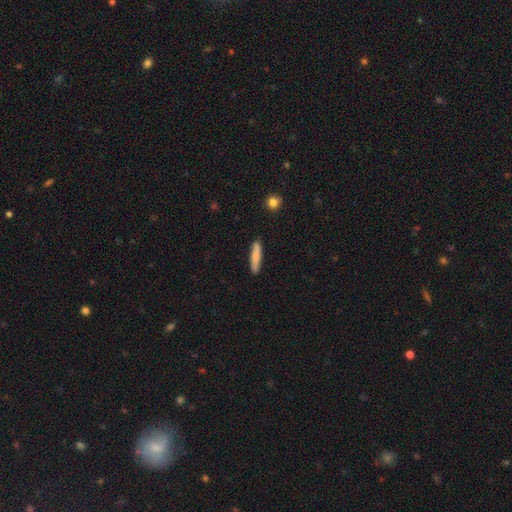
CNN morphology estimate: smooth-or-featured: smooth: 76% | featured or disk: 19% | star or artifact: 6%
  how-rounded: cigar-shaped: 88% | in between: 10% | round: 1%
  merging: none: 88% | minor disturbance: 9% | major disturbance: 2% | merger: 1%